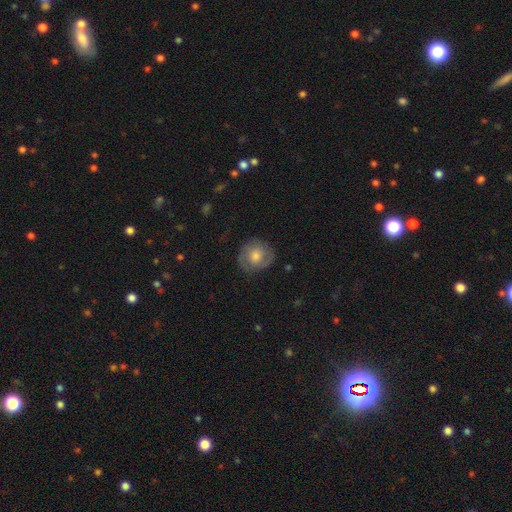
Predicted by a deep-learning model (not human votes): A featured or disk galaxy (50%).

Vote fractions:
- Smooth or featured? featured or disk: 50% / smooth: 42% / star or artifact: 9%
- Merging? none: 81% / minor disturbance: 14% / major disturbance: 4% / merger: 1%